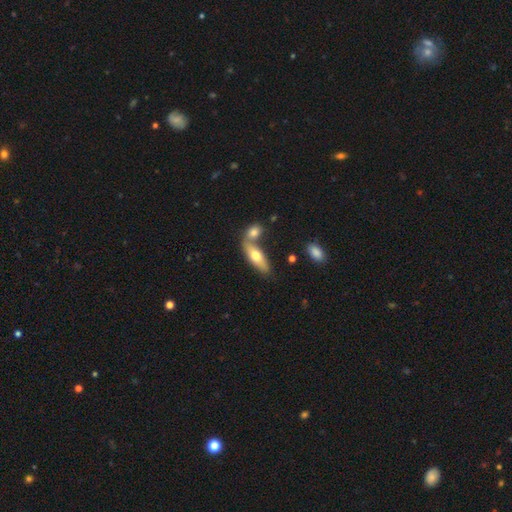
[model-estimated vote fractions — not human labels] Morphology: type=smooth (64%); roundness=in between (63%); merging=none (48%).